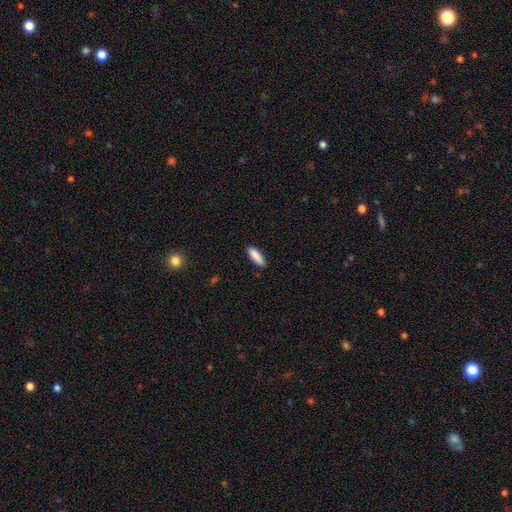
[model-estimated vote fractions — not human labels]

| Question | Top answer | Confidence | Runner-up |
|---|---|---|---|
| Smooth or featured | smooth | 89% | star or artifact (6%) |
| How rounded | in between | 50% | cigar-shaped (48%) |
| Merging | none | 87% | minor disturbance (10%) |